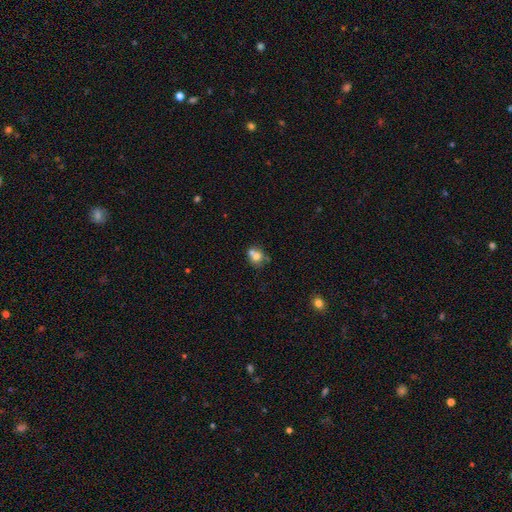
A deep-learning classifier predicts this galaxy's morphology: smooth_or_featured: smooth (p=0.69) [alt: featured or disk p=0.19]
how_rounded: round (p=0.69) [alt: in between p=0.30]
merging: merger (p=0.44) [alt: none p=0.40]